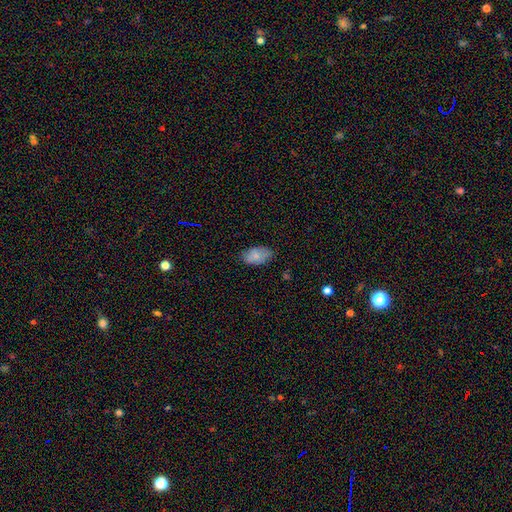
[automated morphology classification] smooth 80%, featured or disk 13%, star or artifact 7%. Down the decision tree: how rounded — in between (93%); merging — none (76%).